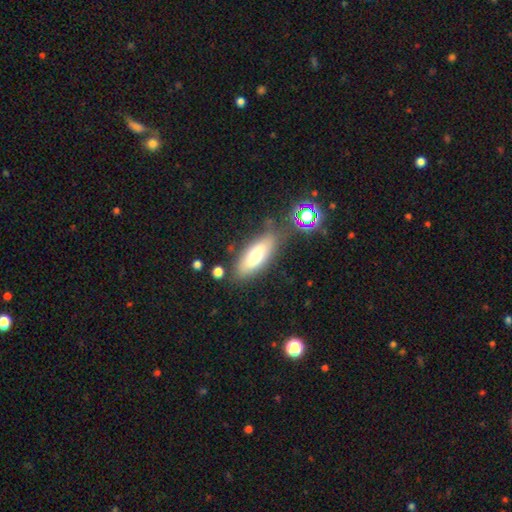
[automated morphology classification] A smooth galaxy with no disk features (65%) that is in between round and cigar-shaped (64%). Merging: none (75%).